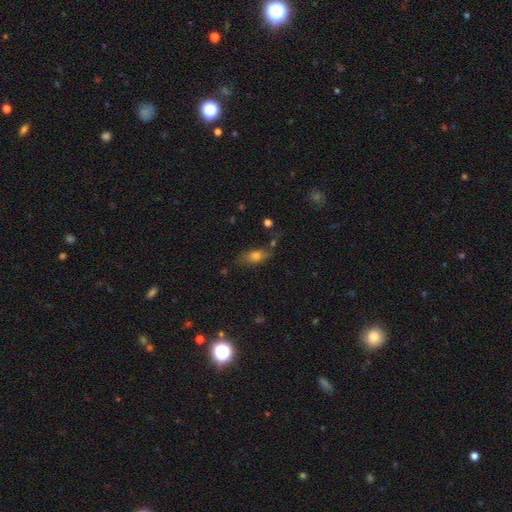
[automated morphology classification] The model was most divided on "merging": none: 62%, minor disturbance: 22%, major disturbance: 9%, merger: 8%. More confident: how rounded — in between (76%); smooth or featured — smooth (69%).